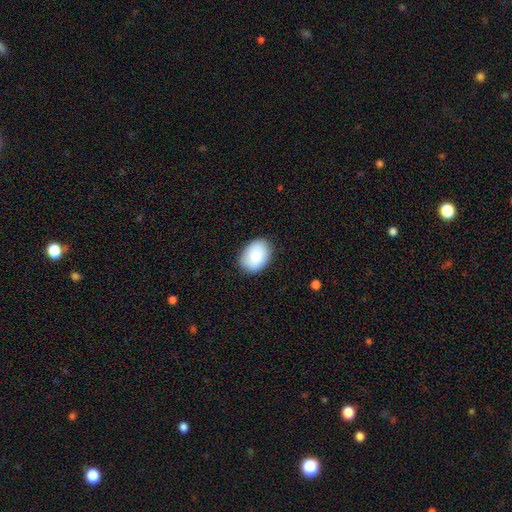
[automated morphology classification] smooth 86%, featured or disk 8%, star or artifact 6%. Down the decision tree: how rounded — in between (76%); merging — none (86%).